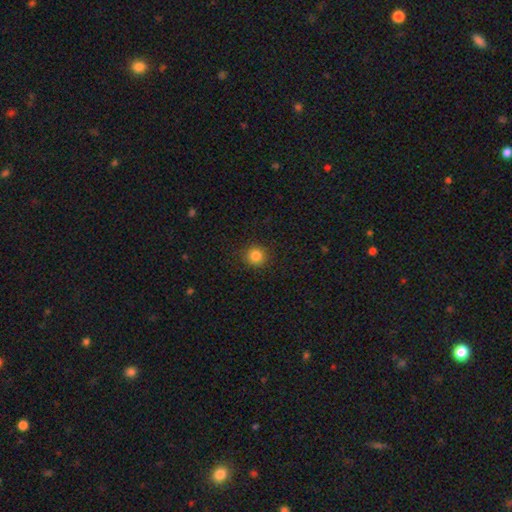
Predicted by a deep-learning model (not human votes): Overall: smooth (84%). How rounded: round (93%). Merging: none (91%).